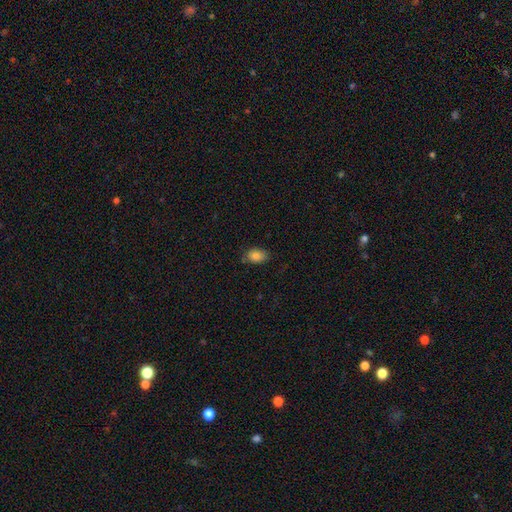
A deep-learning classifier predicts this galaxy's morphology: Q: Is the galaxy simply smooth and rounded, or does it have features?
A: smooth — 84%.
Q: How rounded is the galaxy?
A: in between — 79%.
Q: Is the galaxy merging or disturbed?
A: none — 74%.